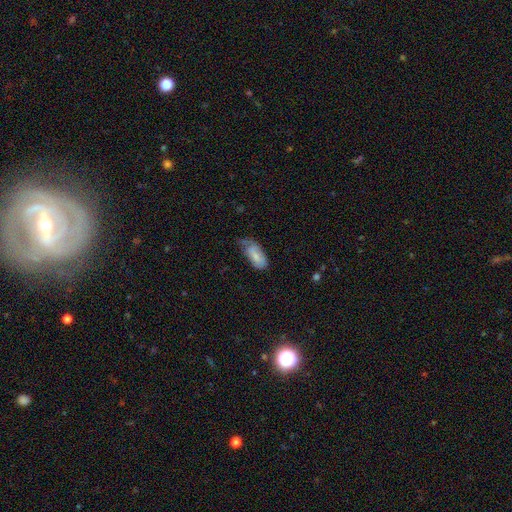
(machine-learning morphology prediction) Overall: smooth (71%). How rounded: in between (91%). Merging: minor disturbance (45%; none 34%).